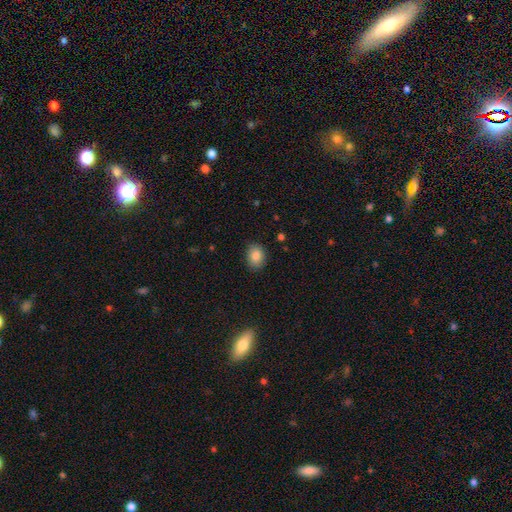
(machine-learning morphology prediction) This appears to be a smooth galaxy with no disk features (86%) that is in between round and cigar-shaped (69%). Merging: none (86%).